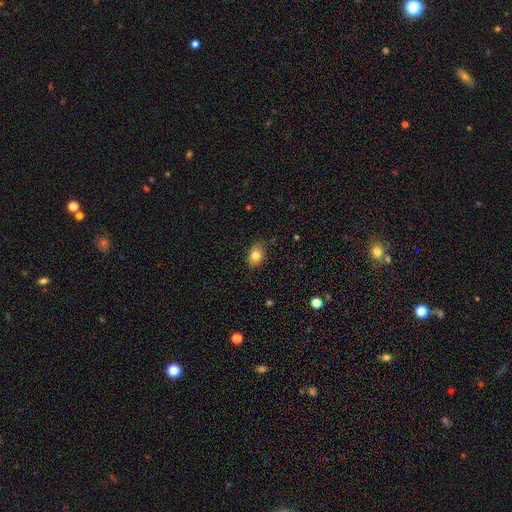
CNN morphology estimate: A smooth galaxy with no disk features (82%) that is in between round and cigar-shaped (69%).

Vote fractions:
- Smooth or featured? smooth: 82% / star or artifact: 10% / featured or disk: 9%
- How rounded? in between: 69% / round: 29% / cigar-shaped: 1%
- Merging? none: 79% / minor disturbance: 17% / major disturbance: 3% / merger: 1%